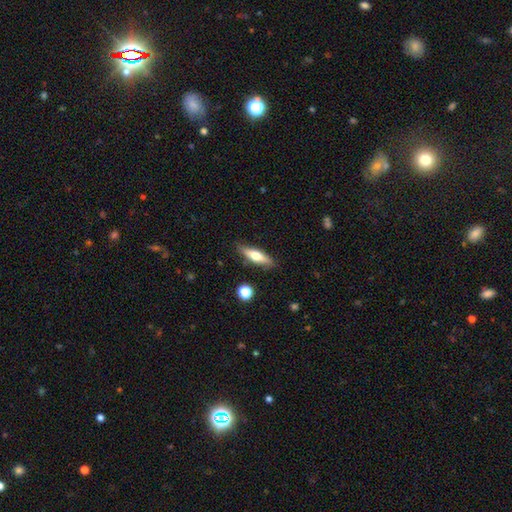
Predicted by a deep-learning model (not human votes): Smooth or featured: smooth — 59% (featured or disk — 34%)
How rounded: cigar-shaped — 60% (in between — 38%)
Merging: none — 84% (minor disturbance — 11%)